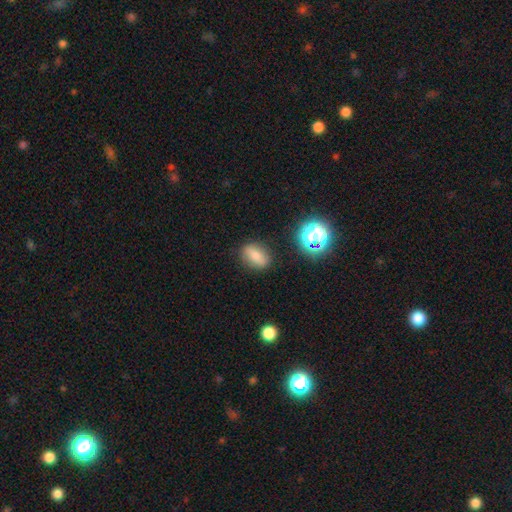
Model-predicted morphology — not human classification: smooth 75%, featured or disk 13%, star or artifact 12%. Down the decision tree: how rounded — in between (77%); merging — none (83%).